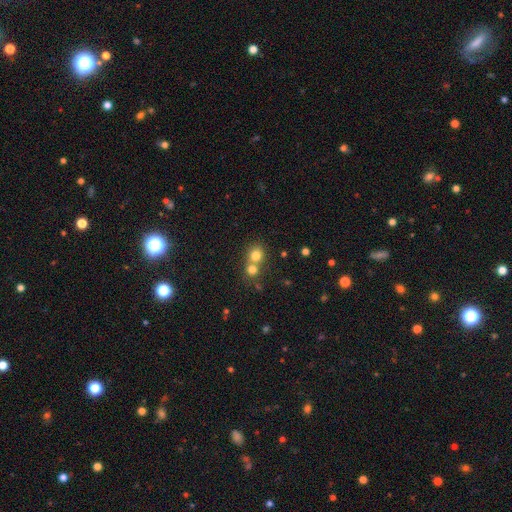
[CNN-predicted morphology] type=smooth (77%); roundness=round (84%); merging=merger (53%).